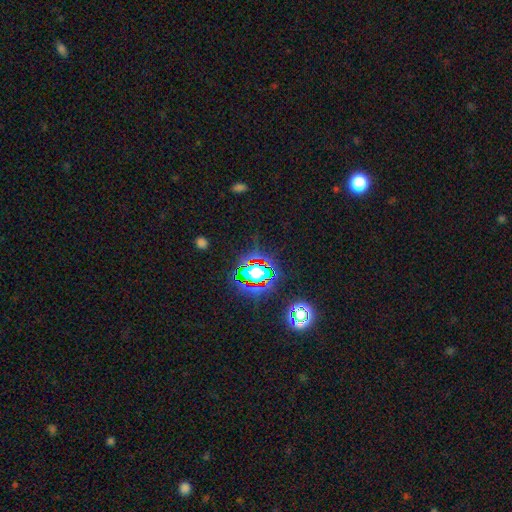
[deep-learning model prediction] A star or artifact, not a galaxy (77%).